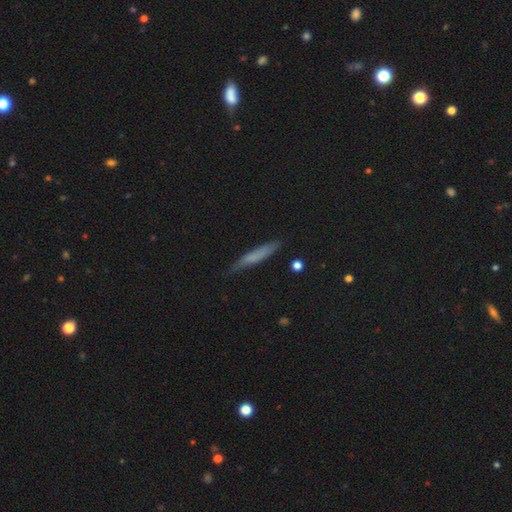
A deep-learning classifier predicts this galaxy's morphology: Q: Smooth or featured?
A: smooth (64%); runner-up: featured or disk (29%)
Q: How rounded?
A: cigar-shaped (92%); runner-up: in between (7%)
Q: Merging?
A: none (75%); runner-up: minor disturbance (20%)